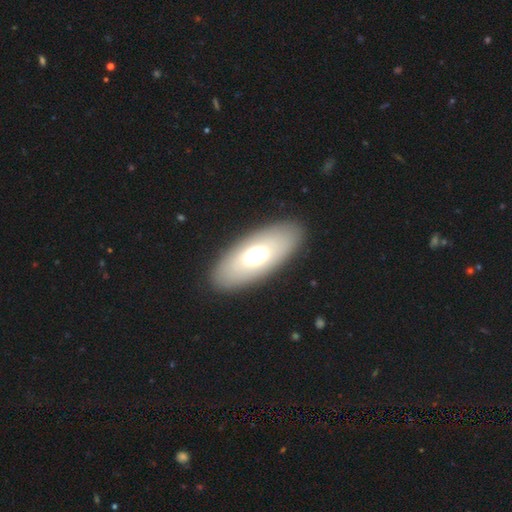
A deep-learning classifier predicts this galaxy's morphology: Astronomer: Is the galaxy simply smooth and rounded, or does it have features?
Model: smooth — 61%.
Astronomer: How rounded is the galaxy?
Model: in between — 86%.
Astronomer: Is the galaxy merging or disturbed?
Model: none — 88%.